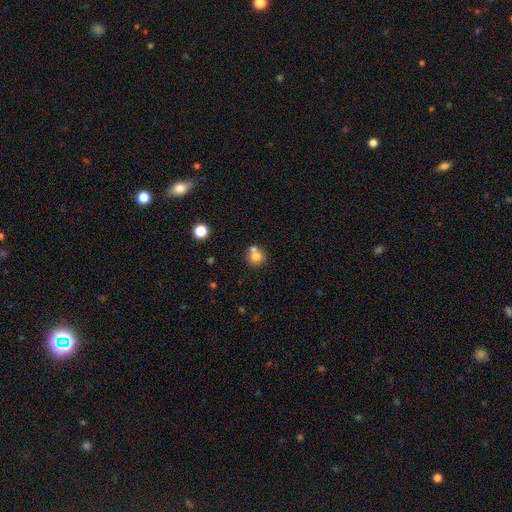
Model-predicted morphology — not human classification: Smooth or featured: smooth — 77% (featured or disk — 12%)
How rounded: round — 89% (in between — 10%)
Merging: none — 55% (merger — 35%)